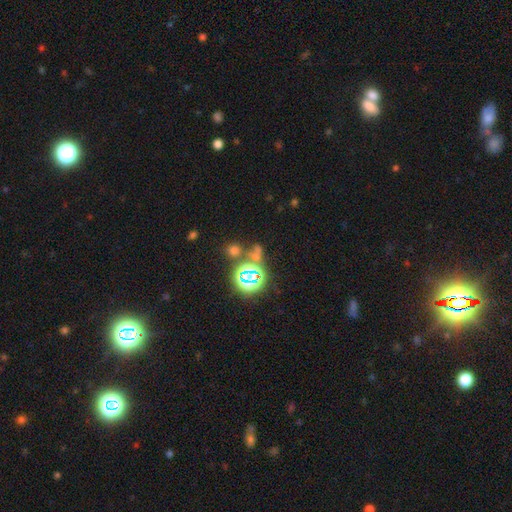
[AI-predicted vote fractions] Smooth or featured? Predicted: star or artifact (p=0.54).